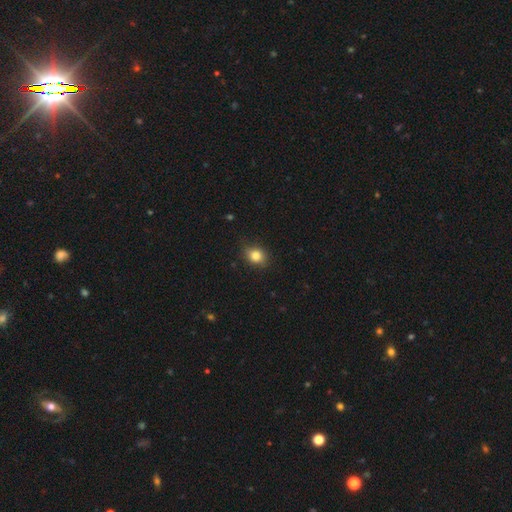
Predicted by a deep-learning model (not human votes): Q: Smooth or featured?
A: smooth (83%); runner-up: star or artifact (10%)
Q: How rounded?
A: round (49%); tied with: in between (49%)
Q: Merging?
A: none (81%); runner-up: minor disturbance (15%)